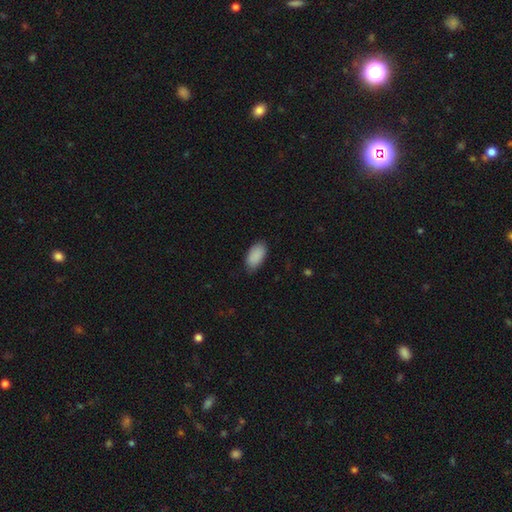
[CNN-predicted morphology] Smooth or featured? Predicted: smooth (p=0.90). How rounded? Predicted: in between (p=0.95). Merging? Predicted: none (p=0.79).